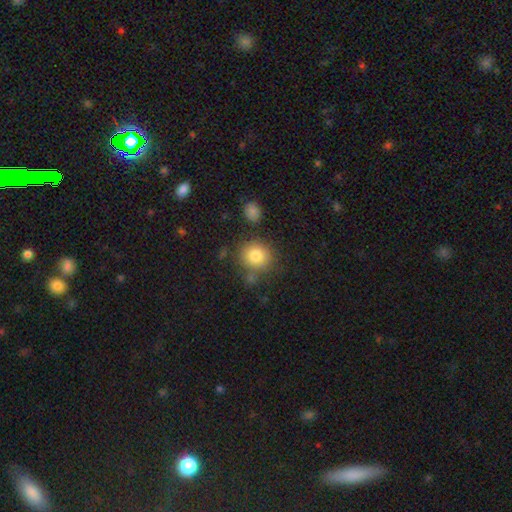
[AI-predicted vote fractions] smooth-or-featured: smooth: 82% | star or artifact: 10% | featured or disk: 8%
  how-rounded: round: 86% | in between: 13% | cigar-shaped: 1%
  merging: none: 75% | minor disturbance: 12% | merger: 8% | major disturbance: 4%